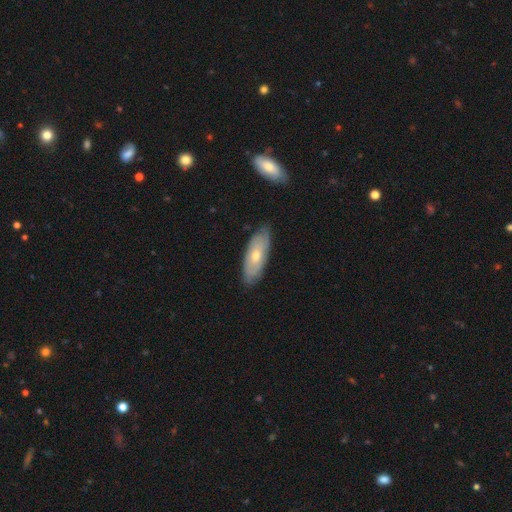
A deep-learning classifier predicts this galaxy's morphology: type=smooth (48%); merging=none (83%).